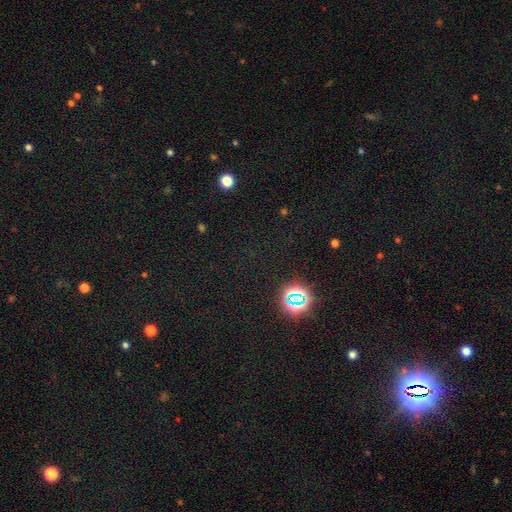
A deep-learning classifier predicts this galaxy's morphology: Overall: star or artifact (72%).